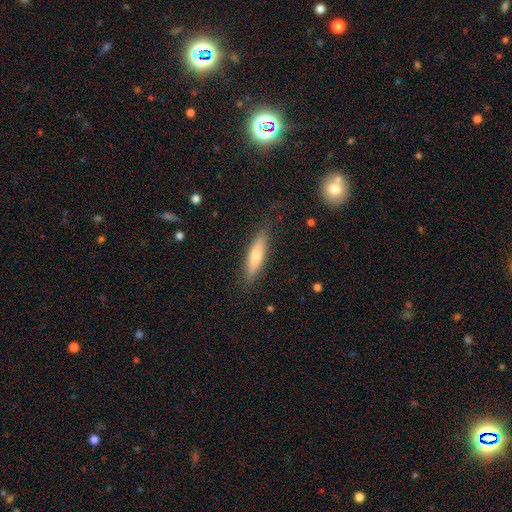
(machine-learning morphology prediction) This is likely a smooth galaxy (64%). How rounded: likely cigar-shaped (78%). Merging: clearly none (85%).